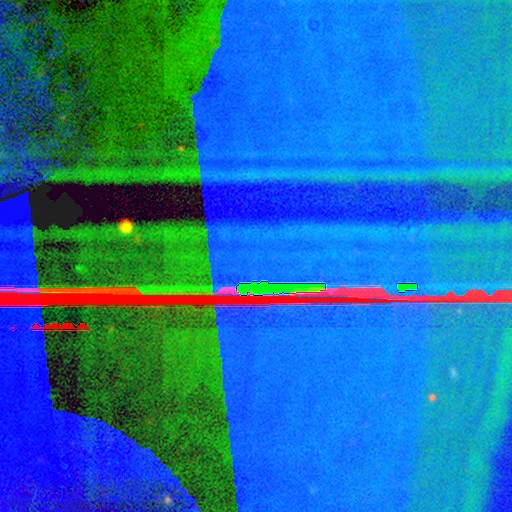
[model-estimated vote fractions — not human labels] Q: Smooth or featured?
A: star or artifact (88%); runner-up: featured or disk (7%)